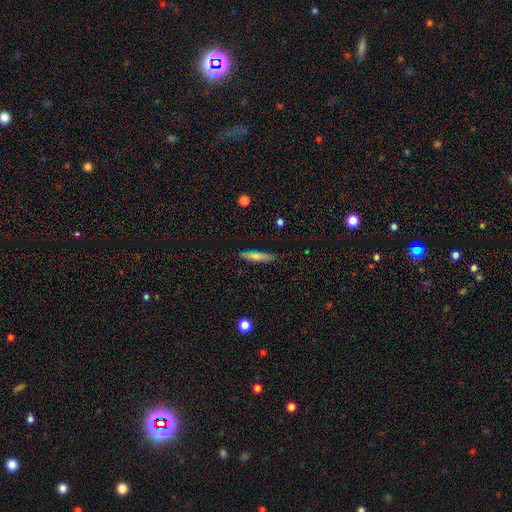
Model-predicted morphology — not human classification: A smooth galaxy with no disk features (69%) that is cigar-shaped (90%).

Vote fractions:
- Smooth or featured? smooth: 69% / featured or disk: 25% / star or artifact: 7%
- How rounded? cigar-shaped: 90% / in between: 8% / round: 2%
- Merging? none: 83% / minor disturbance: 13% / major disturbance: 2% / merger: 2%